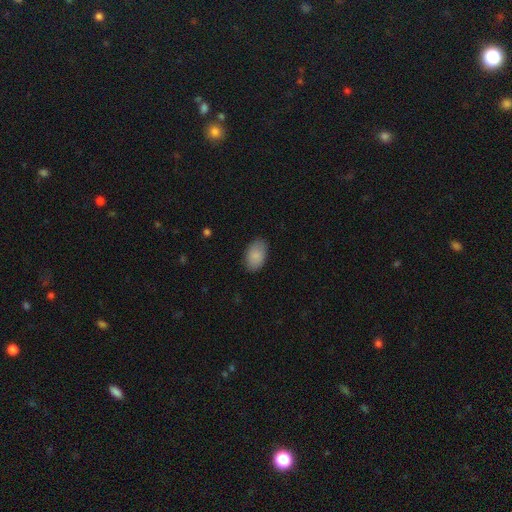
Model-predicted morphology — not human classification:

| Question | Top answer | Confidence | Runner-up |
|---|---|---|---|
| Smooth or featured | smooth | 88% | star or artifact (6%) |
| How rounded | in between | 93% | round (6%) |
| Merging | none | 84% | minor disturbance (12%) |